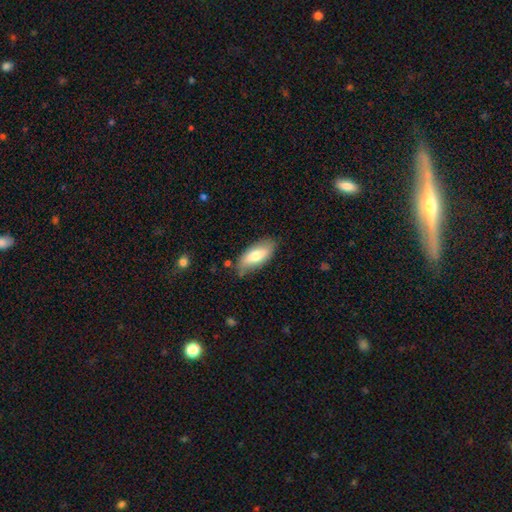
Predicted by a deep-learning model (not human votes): Smooth or featured? smooth (73%)
How rounded? in between (82%)
Merging? none (77%)